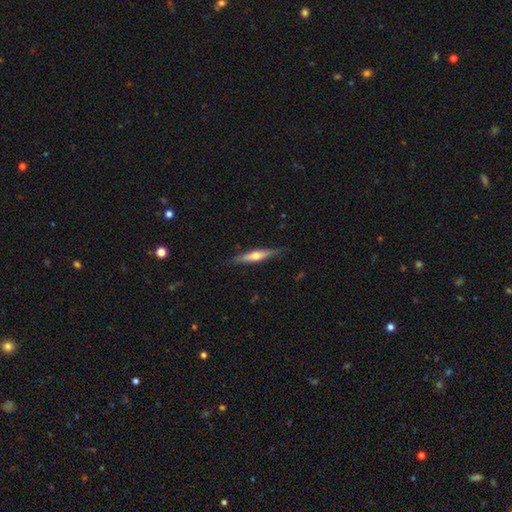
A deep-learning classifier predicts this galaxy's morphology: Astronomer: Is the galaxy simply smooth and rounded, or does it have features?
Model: featured or disk — 55% (runner-up: smooth, 39%).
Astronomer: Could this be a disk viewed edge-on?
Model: yes — 94%.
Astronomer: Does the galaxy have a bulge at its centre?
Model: rounded — 88%.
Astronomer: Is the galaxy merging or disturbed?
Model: none — 84%.